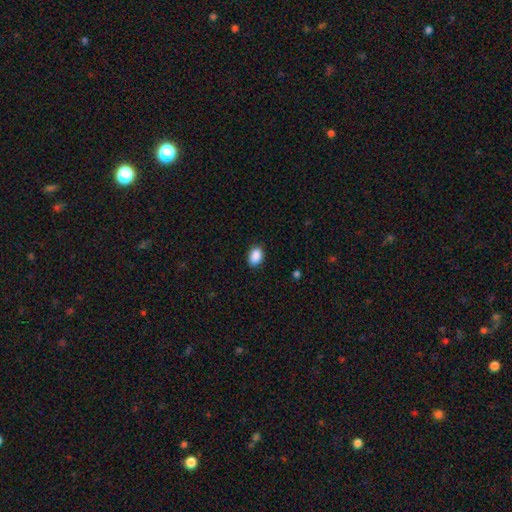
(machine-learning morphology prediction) Overall: smooth (90%). How rounded: in between (83%). Merging: none (88%).